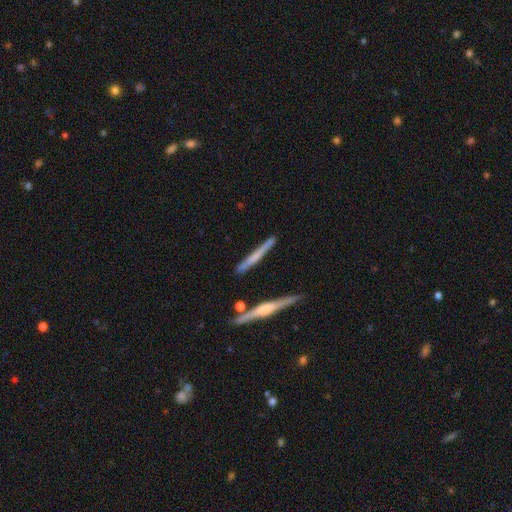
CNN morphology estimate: This appears to be a featured or disk galaxy (57%) viewed edge-on (97%) with no central bulge (49%). Merging: none (83%).